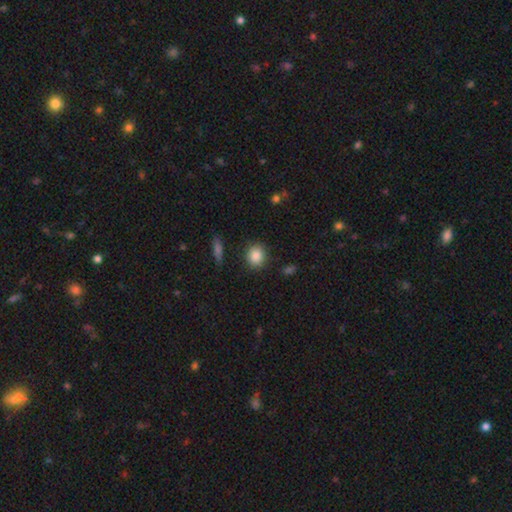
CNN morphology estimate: smooth 87%, star or artifact 8%, featured or disk 5%. Down the decision tree: how rounded — round (73%); merging — none (88%).